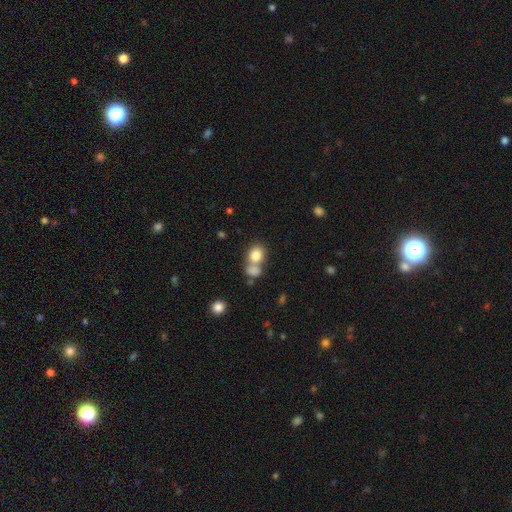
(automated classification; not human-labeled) Smooth or featured: smooth — 82% (star or artifact — 10%)
How rounded: round — 64% (in between — 35%)
Merging: merger — 47% (none — 40%)